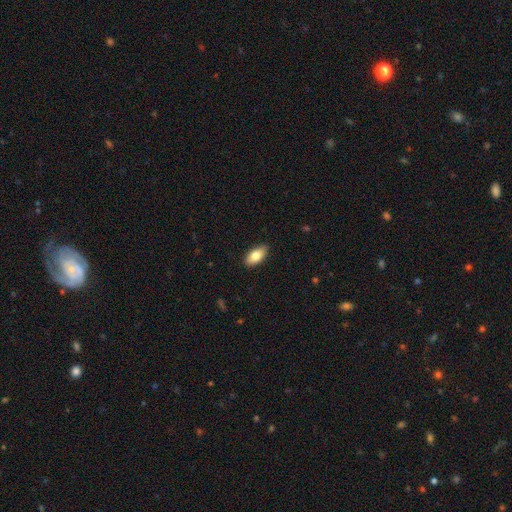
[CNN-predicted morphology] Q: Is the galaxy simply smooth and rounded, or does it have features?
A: smooth — 79%.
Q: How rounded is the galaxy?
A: in between — 91%.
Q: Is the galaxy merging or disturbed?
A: none — 87%.